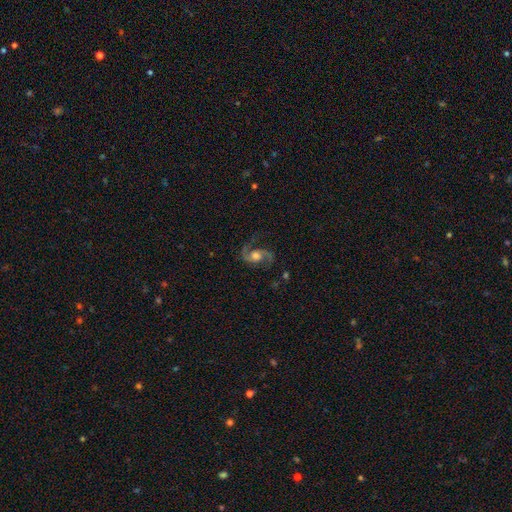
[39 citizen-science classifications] Q: Smooth or featured?
A: featured or disk (95%); runner-up: smooth (3%)
Q: Edge-on disk?
A: no (100%)
Q: Bar?
A: no (65%); runner-up: weak (30%)
Q: Spiral arms?
A: yes (100%)
Q: Spiral winding?
A: medium (57%); runner-up: loose (32%)
Q: Spiral arm count?
A: 2 (100%)
Q: Bulge size?
A: moderate (51%); runner-up: large (35%)
Q: Merging?
A: none (79%); runner-up: minor disturbance (16%)